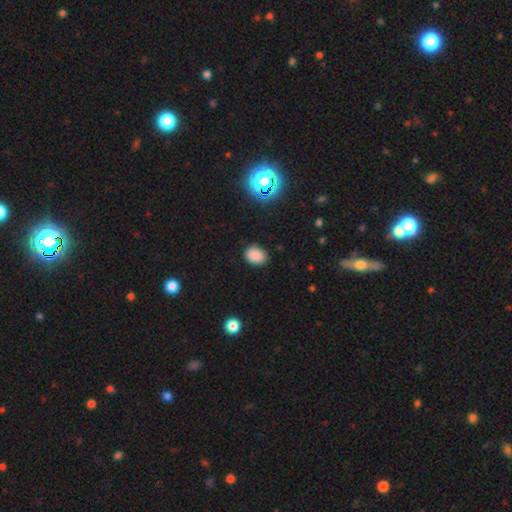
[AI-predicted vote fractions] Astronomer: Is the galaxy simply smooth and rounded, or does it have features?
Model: smooth — 84%.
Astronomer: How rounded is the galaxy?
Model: in between — 63%.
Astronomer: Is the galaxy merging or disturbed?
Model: none — 84%.